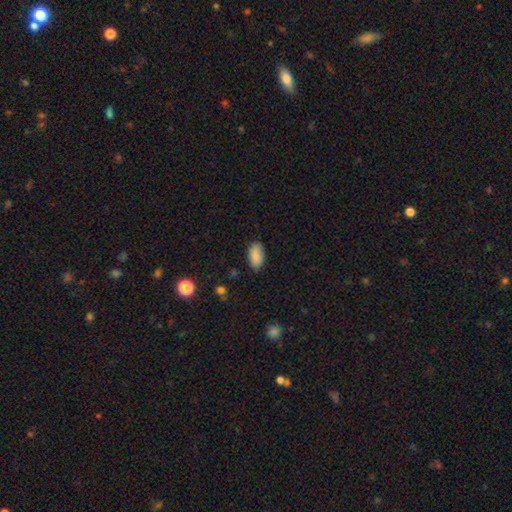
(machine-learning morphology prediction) This is clearly a smooth galaxy (88%). How rounded: clearly in between (94%). Merging: clearly none (85%).